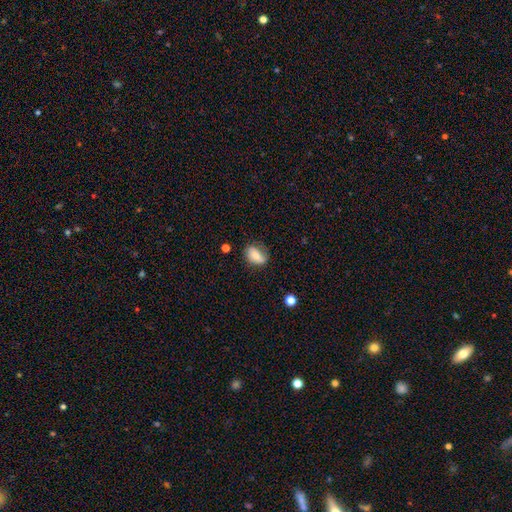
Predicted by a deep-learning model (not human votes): A smooth galaxy with no disk features (64%) that is in between round and cigar-shaped (80%). Merging: none (67%).